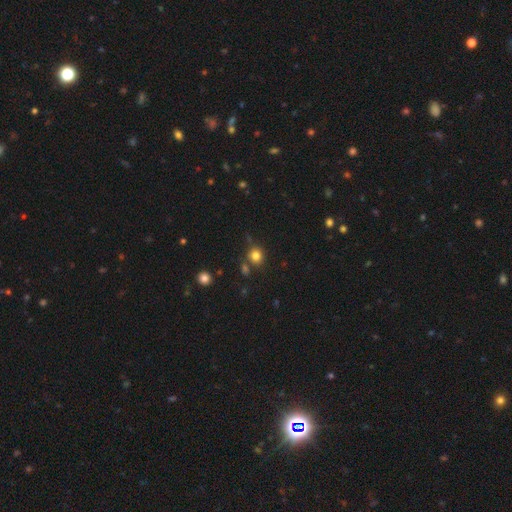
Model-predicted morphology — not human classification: Smooth or featured? smooth (81%)
How rounded? round (87%)
Merging? none (76%)